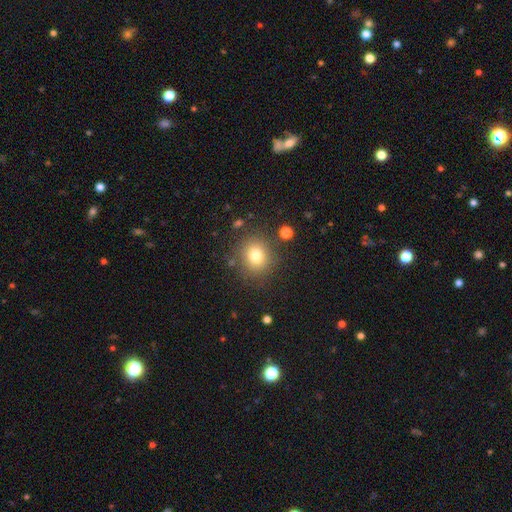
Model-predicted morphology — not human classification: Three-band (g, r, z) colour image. It shows a smooth galaxy with no disk features (77%) that is round (83%). Merging: none (83%).